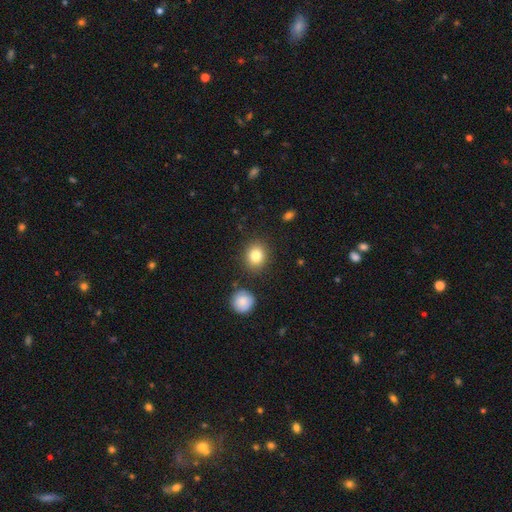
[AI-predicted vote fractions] This appears to be a smooth galaxy with no disk features (82%) that is round (74%). Merging: none (85%).